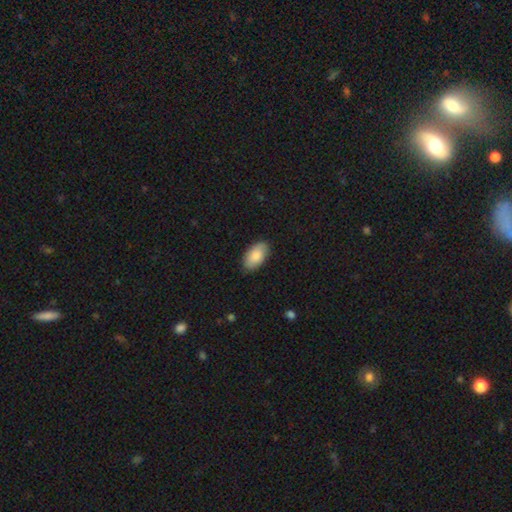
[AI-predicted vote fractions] Smooth or featured? smooth (86%)
How rounded? in between (95%)
Merging? none (87%)